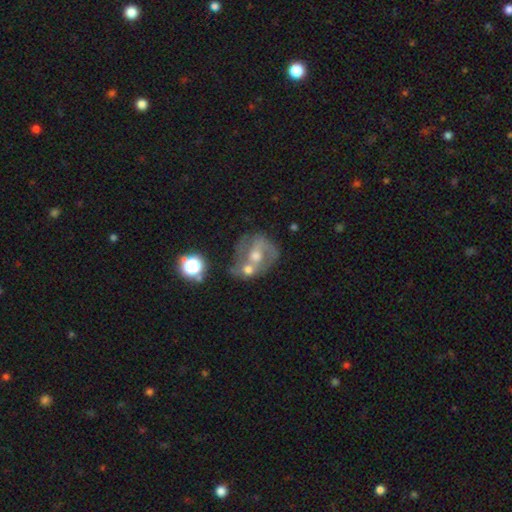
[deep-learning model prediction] smooth-or-featured: featured or disk: 65% | smooth: 24% | star or artifact: 11%
  disk-edge-on: no: 97% | yes: 3%
    bar: no: 51% | weak: 36% | strong: 14%
    has-spiral-arms: yes: 70% | no: 30%
    bulge-size: moderate: 65% | small: 22% | large: 7% | none: 4% | dominant: 1%
  merging: merger: 42% | none: 33% | minor disturbance: 14% | major disturbance: 11%